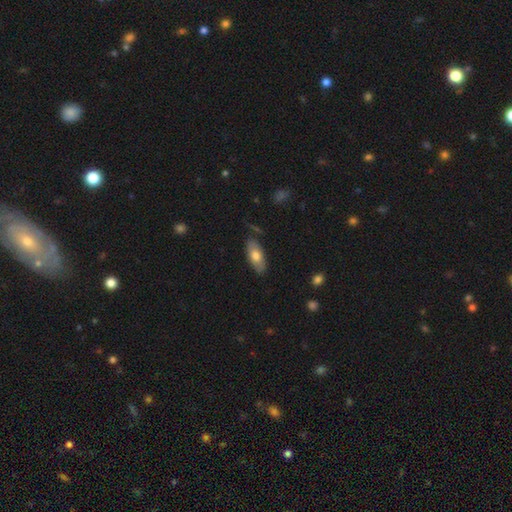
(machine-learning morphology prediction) Smooth or featured?
  - smooth: 69% *
  - featured or disk: 25%
  - star or artifact: 6%
How rounded?
  - in between: 87% *
  - cigar-shaped: 11%
  - round: 2%
Merging?
  - none: 79% *
  - minor disturbance: 15%
  - major disturbance: 3%
  - merger: 3%